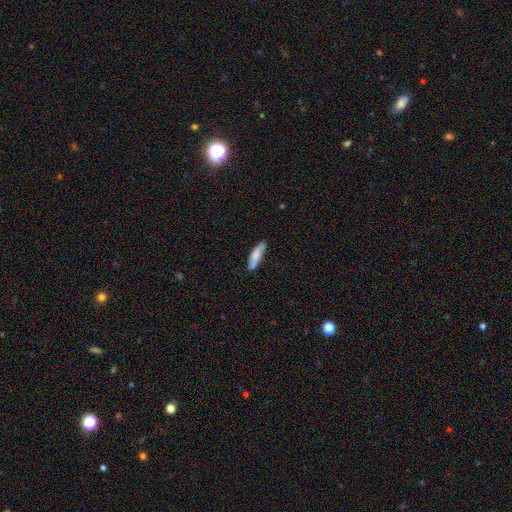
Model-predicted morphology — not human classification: Smooth or featured: smooth — 70% (featured or disk — 24%)
How rounded: cigar-shaped — 62% (in between — 36%)
Merging: none — 77% (minor disturbance — 18%)